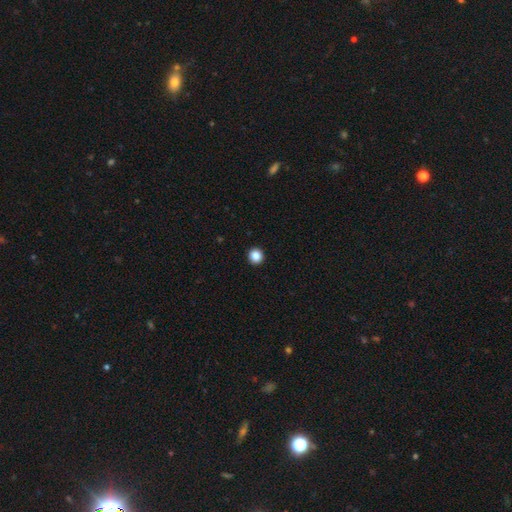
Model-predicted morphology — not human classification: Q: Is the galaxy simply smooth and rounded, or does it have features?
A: smooth — 86%.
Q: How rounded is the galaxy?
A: round — 94%.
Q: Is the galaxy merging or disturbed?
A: none — 94%.